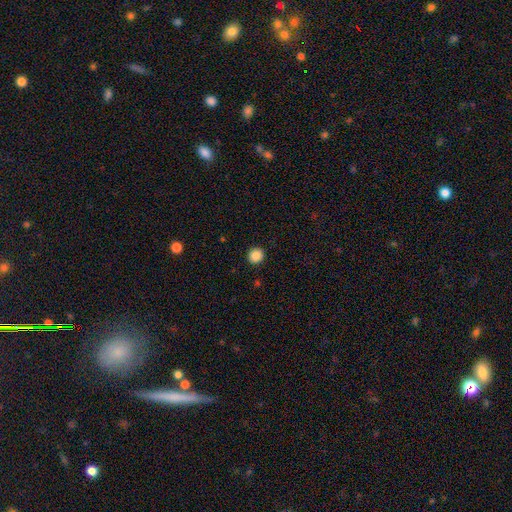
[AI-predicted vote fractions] This appears to be a smooth galaxy with no disk features (88%) that is round (93%). Merging: none (93%).